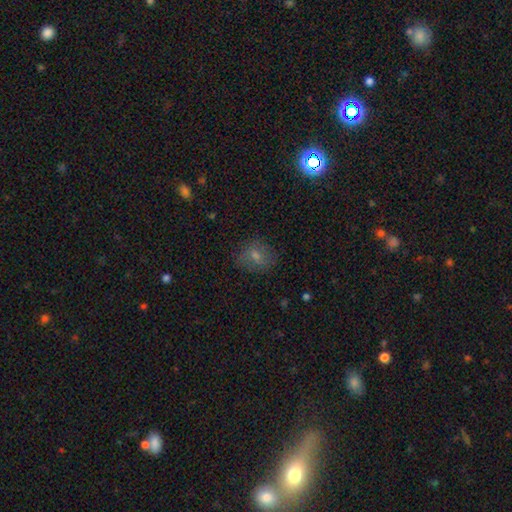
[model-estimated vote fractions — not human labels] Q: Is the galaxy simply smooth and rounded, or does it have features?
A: smooth — 66%.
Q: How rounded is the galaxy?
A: round — 53%.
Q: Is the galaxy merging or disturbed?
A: none — 73%.